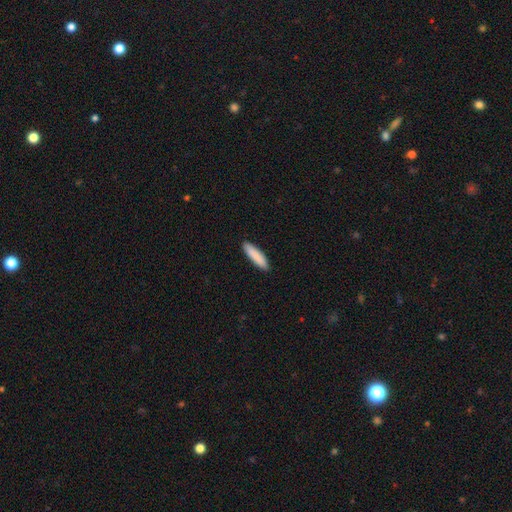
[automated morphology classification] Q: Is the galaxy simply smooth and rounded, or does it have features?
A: smooth — 89%.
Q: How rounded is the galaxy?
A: cigar-shaped — 71%.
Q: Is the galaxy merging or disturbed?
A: none — 90%.